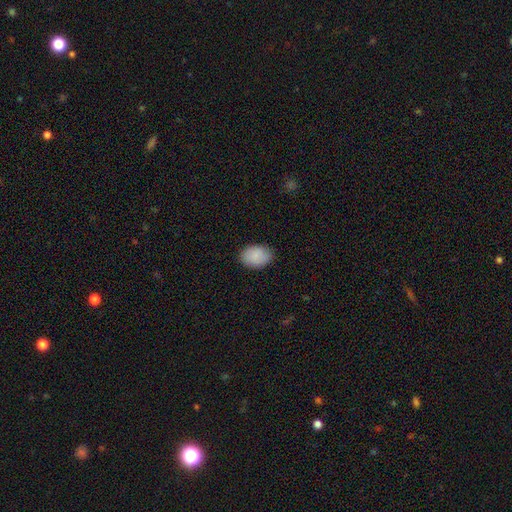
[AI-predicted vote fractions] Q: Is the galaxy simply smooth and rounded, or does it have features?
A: smooth — 87%.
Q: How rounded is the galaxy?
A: in between — 81%.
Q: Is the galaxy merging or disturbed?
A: none — 82%.